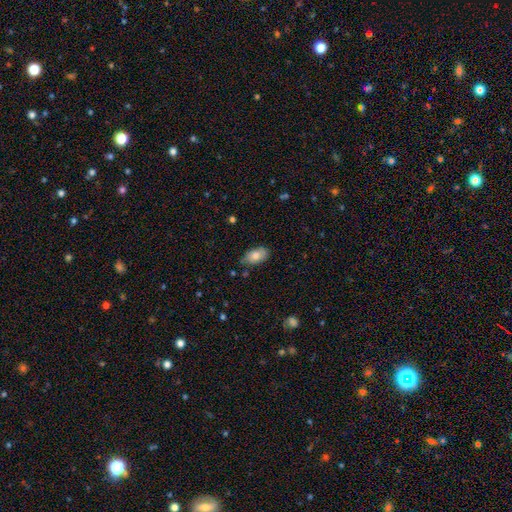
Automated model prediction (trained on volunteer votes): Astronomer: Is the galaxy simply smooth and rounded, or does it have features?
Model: smooth — 80%.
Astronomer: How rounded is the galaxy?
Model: in between — 93%.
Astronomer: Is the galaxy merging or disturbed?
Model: none — 76%.